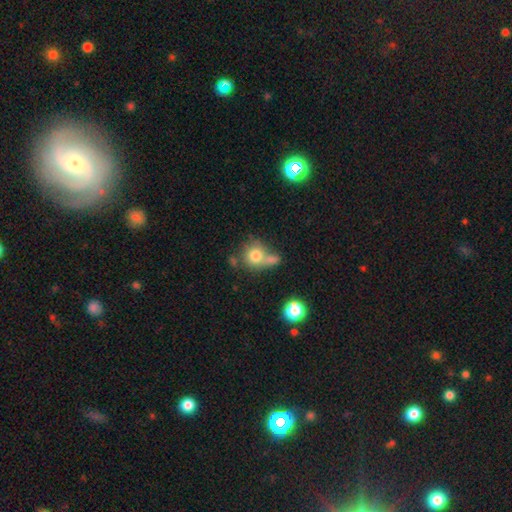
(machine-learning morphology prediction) Overall: smooth (76%). How rounded: round (84%). Merging: none (43%; merger 37%).